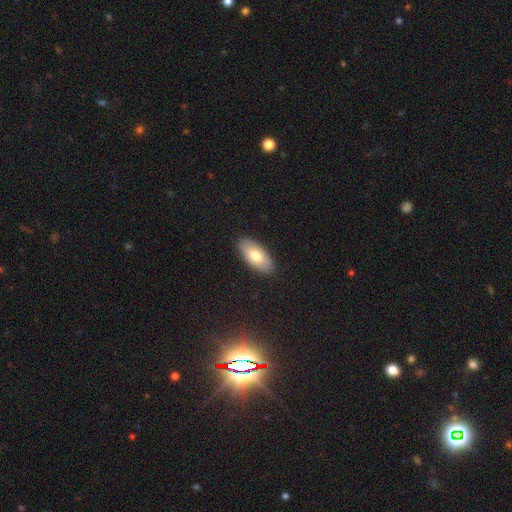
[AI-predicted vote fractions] smooth 72%, featured or disk 23%, star or artifact 6%. Down the decision tree: how rounded — in between (92%); merging — none (88%).